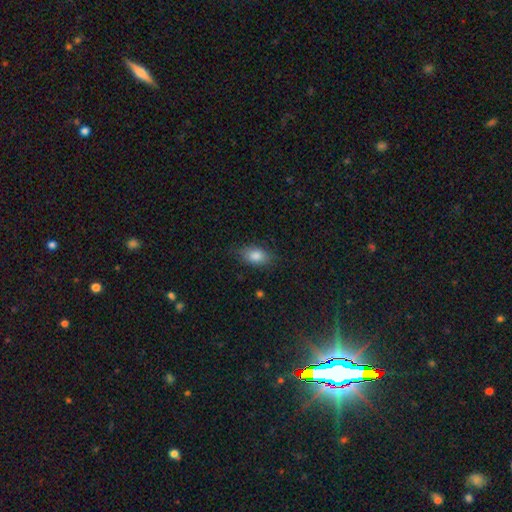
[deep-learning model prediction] smooth 85%, star or artifact 8%, featured or disk 7%. Down the decision tree: how rounded — in between (87%); merging — none (79%).